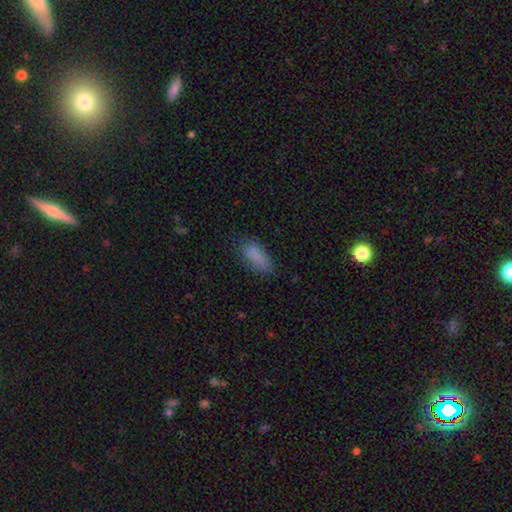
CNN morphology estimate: Smooth or featured? smooth (83%)
How rounded? in between (77%)
Merging? none (69%)